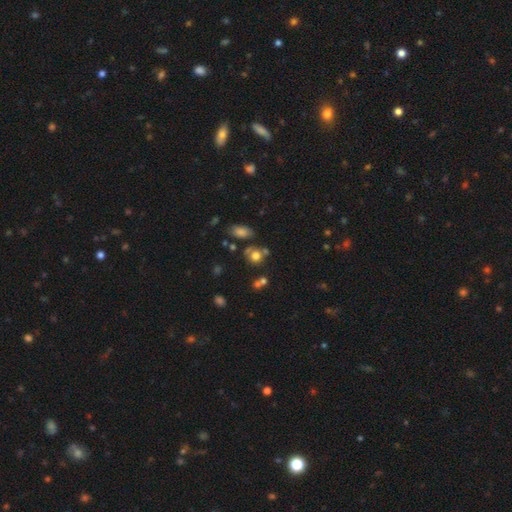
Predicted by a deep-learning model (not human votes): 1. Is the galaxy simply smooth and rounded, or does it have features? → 73% smooth, 15% star or artifact, 11% featured or disk.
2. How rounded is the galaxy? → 77% round, 22% in between, 1% cigar-shaped.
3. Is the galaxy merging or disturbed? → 58% none, 23% merger, 13% minor disturbance, 6% major disturbance.